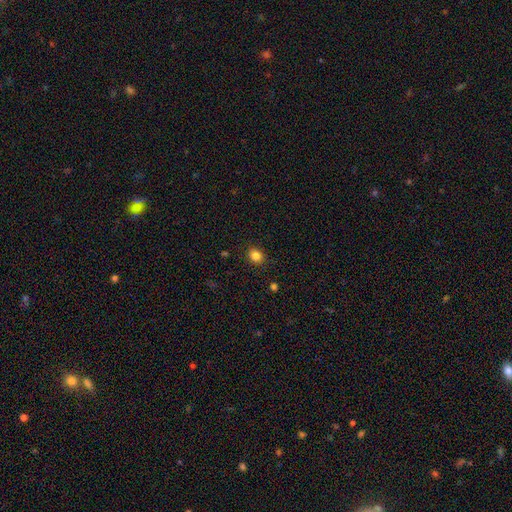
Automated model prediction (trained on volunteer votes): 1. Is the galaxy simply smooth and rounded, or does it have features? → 84% smooth, 12% star or artifact, 4% featured or disk.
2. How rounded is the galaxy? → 69% round, 30% in between, 1% cigar-shaped.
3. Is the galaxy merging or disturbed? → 89% none, 8% minor disturbance, 2% major disturbance, 1% merger.